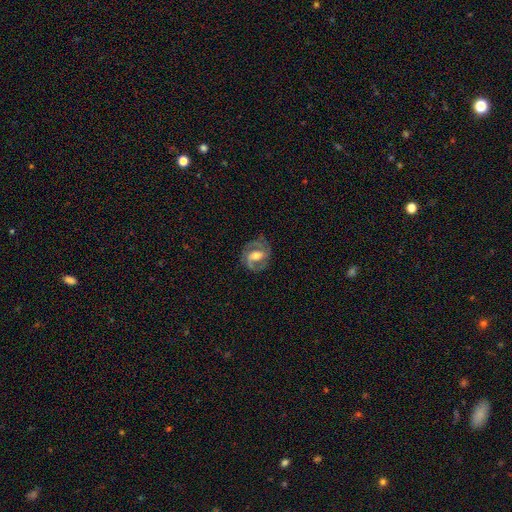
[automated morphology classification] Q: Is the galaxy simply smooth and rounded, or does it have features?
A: featured or disk — 84%.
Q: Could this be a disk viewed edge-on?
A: no — 97%.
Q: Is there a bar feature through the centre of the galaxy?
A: weak — 47%.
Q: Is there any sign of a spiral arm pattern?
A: yes — 94%.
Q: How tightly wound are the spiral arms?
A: medium — 53%.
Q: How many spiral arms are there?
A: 2 — 83%.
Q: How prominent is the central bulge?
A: moderate — 67%.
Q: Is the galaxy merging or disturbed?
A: none — 79%.